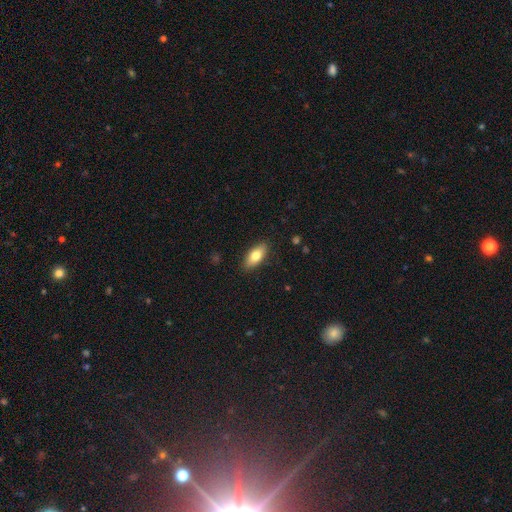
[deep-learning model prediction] This appears to be a smooth galaxy with no disk features (78%) that is in between round and cigar-shaped (85%). Merging: none (88%).